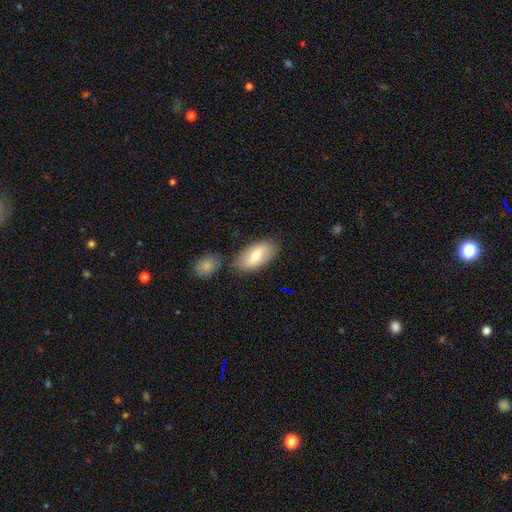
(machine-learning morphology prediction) This is likely a smooth galaxy (69%). How rounded: clearly in between (92%). Merging: likely none (74%).